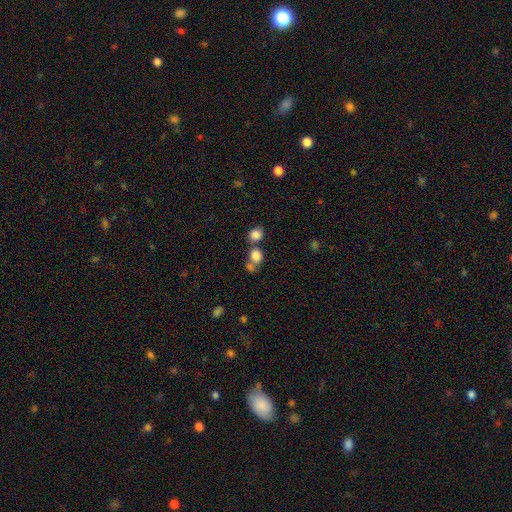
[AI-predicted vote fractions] This appears to be a smooth galaxy with no disk features (81%) that is round (62%). Merging: none (44%).